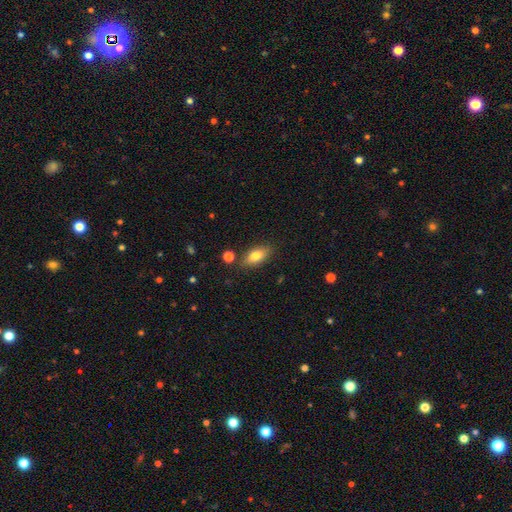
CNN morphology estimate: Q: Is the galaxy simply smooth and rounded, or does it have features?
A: smooth — 78%.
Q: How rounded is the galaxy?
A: in between — 85%.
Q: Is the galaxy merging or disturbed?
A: none — 81%.